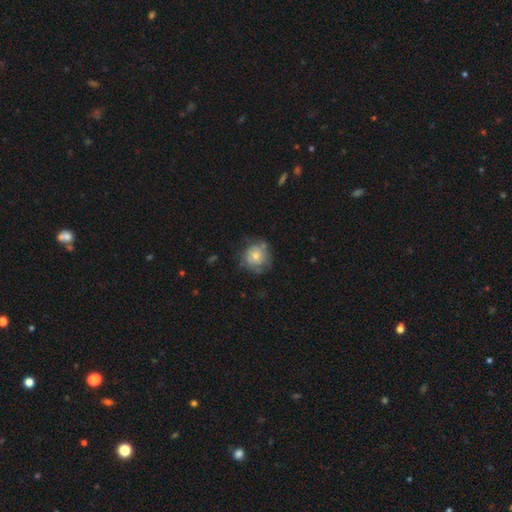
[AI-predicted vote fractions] Smooth or featured? Predicted: smooth (p=0.61). How rounded? Predicted: round (p=0.84). Merging? Predicted: none (p=0.58).